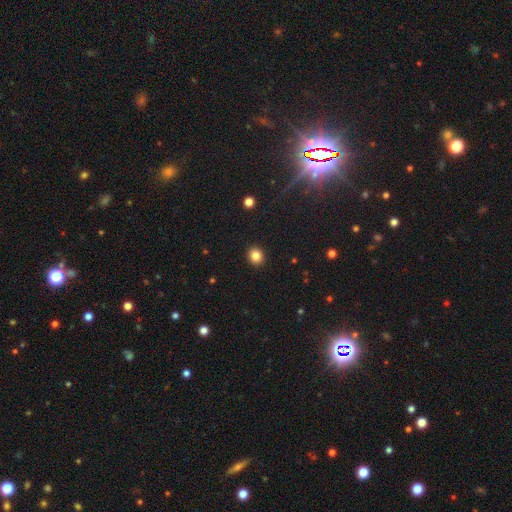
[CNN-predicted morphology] smooth 84%, star or artifact 11%, featured or disk 5%. Down the decision tree: how rounded — round (79%); merging — none (92%).